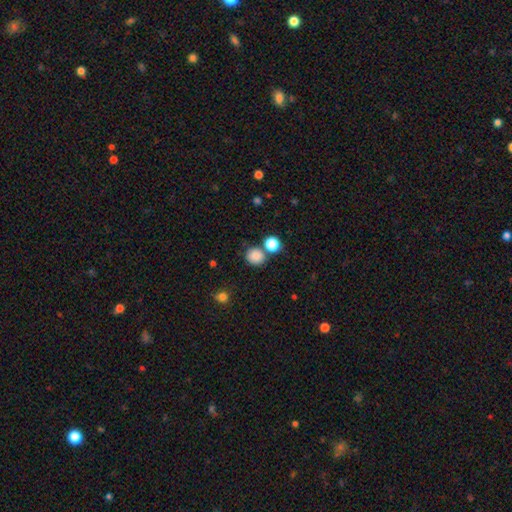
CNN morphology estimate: smooth 84%, star or artifact 11%, featured or disk 4%. Down the decision tree: how rounded — round (85%); merging — none (73%).